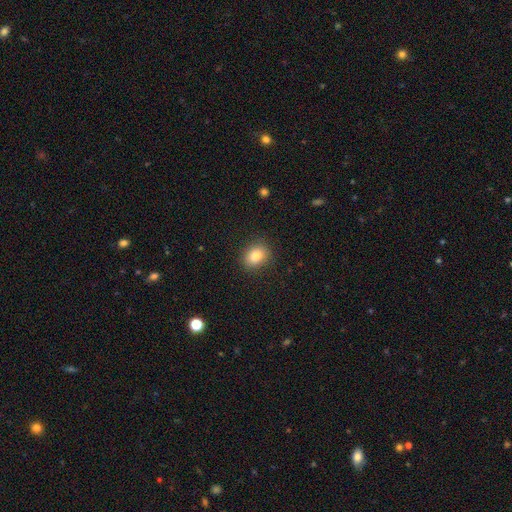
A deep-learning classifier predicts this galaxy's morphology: A smooth galaxy with no disk features (85%) that is in between round and cigar-shaped (57%). Merging: none (87%).